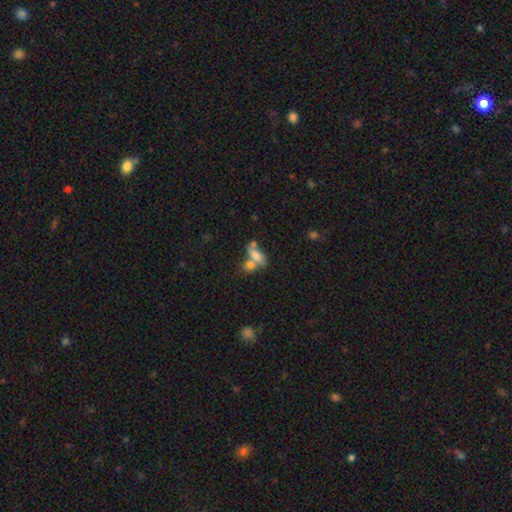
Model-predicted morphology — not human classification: A smooth galaxy with no disk features (67%) that is in between round and cigar-shaped (76%). Merging: merger (53%).